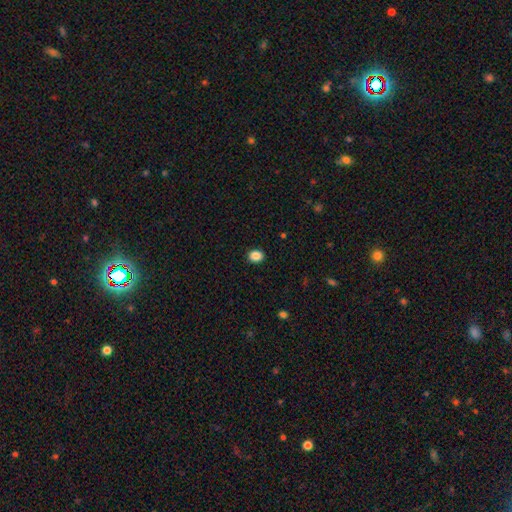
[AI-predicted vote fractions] Smooth or featured?
  - smooth: 87% *
  - star or artifact: 10%
  - featured or disk: 3%
How rounded?
  - round: 55% *
  - in between: 44%
  - cigar-shaped: 1%
Merging?
  - none: 91% *
  - minor disturbance: 6%
  - major disturbance: 2%
  - merger: 1%